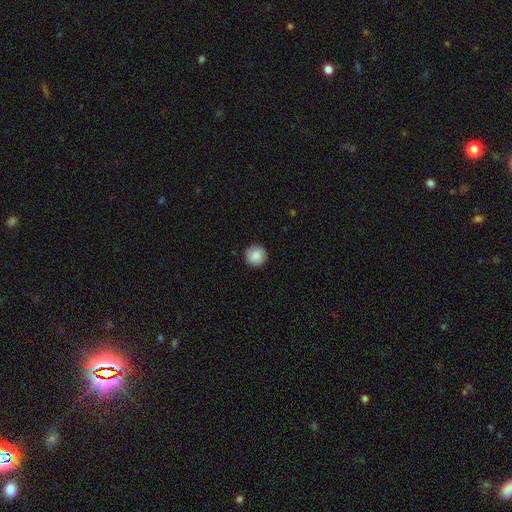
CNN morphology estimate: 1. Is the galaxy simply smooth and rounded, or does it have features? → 89% smooth, 8% star or artifact, 4% featured or disk.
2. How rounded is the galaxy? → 95% round, 4% in between, 1% cigar-shaped.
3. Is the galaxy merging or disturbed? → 92% none, 6% minor disturbance, 2% major disturbance, 1% merger.